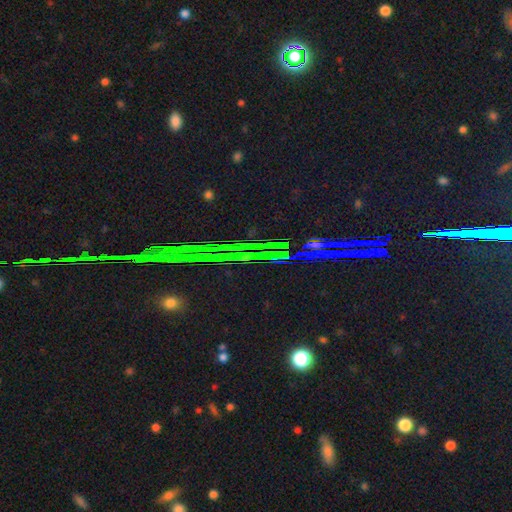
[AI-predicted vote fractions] Morphology: type=star or artifact (84%).